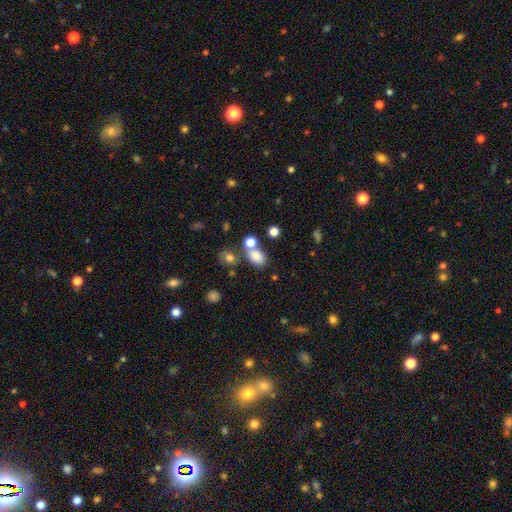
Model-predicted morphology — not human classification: Smooth or featured? smooth (79%)
How rounded? in between (74%)
Merging? none (53%)